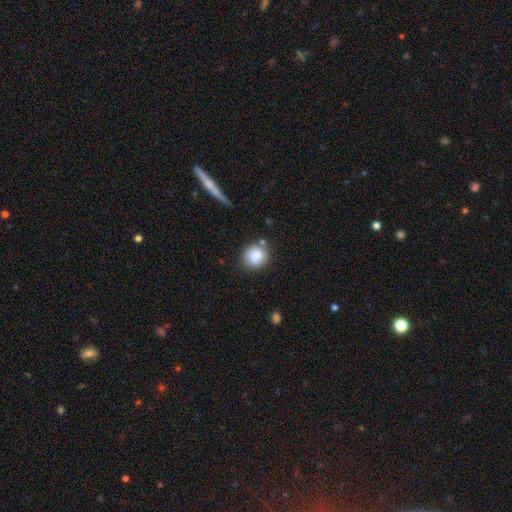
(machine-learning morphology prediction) Overall: smooth (85%). How rounded: round (83%). Merging: none (74%).